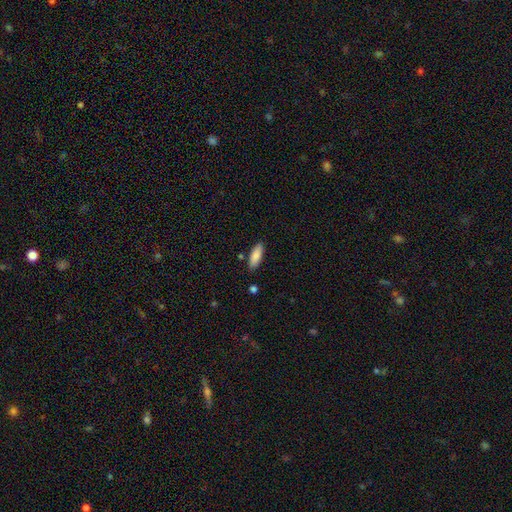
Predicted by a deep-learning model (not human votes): Smooth or featured? Predicted: smooth (p=0.86). How rounded? Predicted: in between (p=0.62). Merging? Predicted: none (p=0.84).